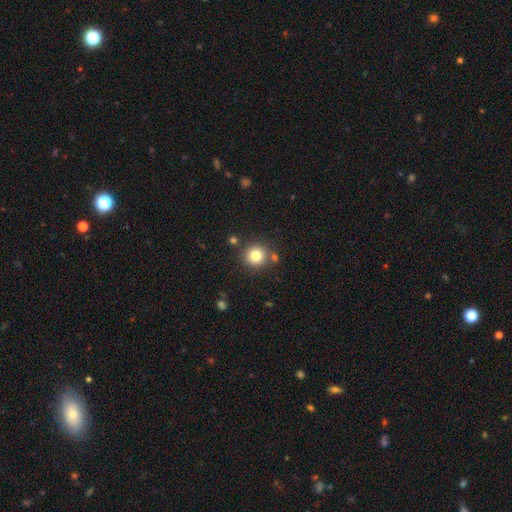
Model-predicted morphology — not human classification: smooth 81%, star or artifact 12%, featured or disk 8%. Down the decision tree: how rounded — round (93%); merging — none (81%).